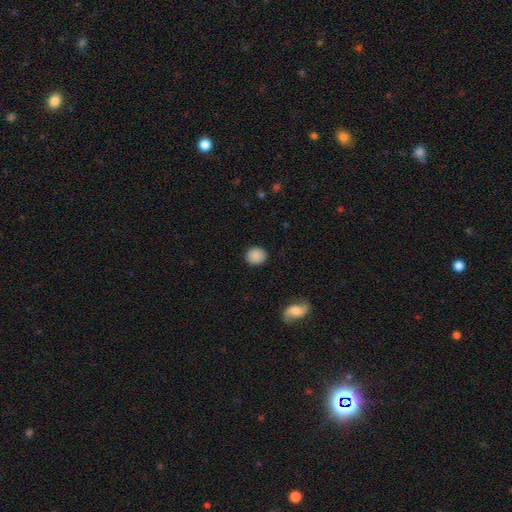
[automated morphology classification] smooth 87%, star or artifact 8%, featured or disk 6%. Down the decision tree: how rounded — round (78%); merging — none (88%).